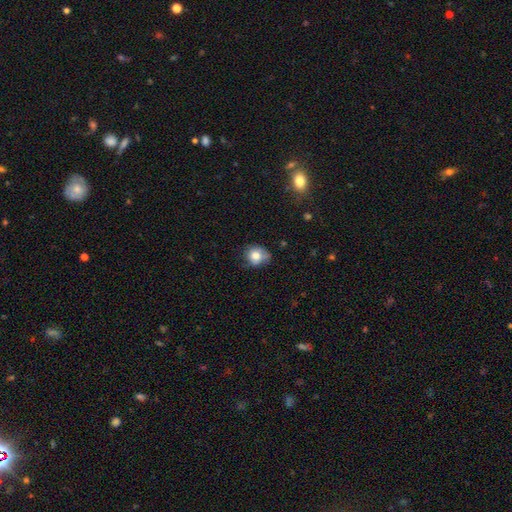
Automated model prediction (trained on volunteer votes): smooth_or_featured: smooth (p=0.76) [alt: featured or disk p=0.15]
how_rounded: round (p=0.73) [alt: in between p=0.26]
merging: none (p=0.56) [alt: minor disturbance p=0.32]